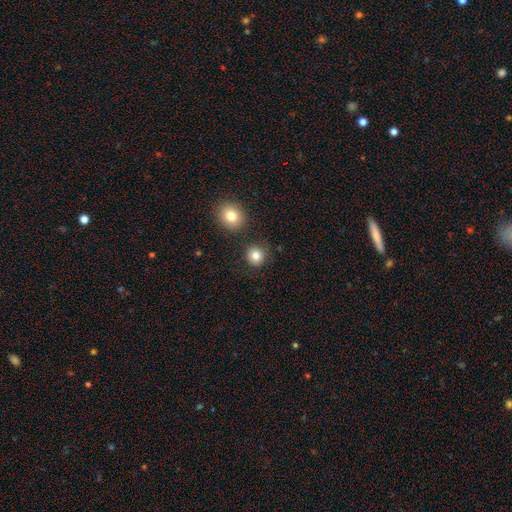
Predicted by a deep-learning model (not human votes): A smooth galaxy with no disk features (83%) that is round (90%).

Vote fractions:
- Smooth or featured? smooth: 83% / star or artifact: 11% / featured or disk: 6%
- How rounded? round: 90% / in between: 9% / cigar-shaped: 1%
- Merging? none: 84% / minor disturbance: 8% / merger: 5% / major disturbance: 3%